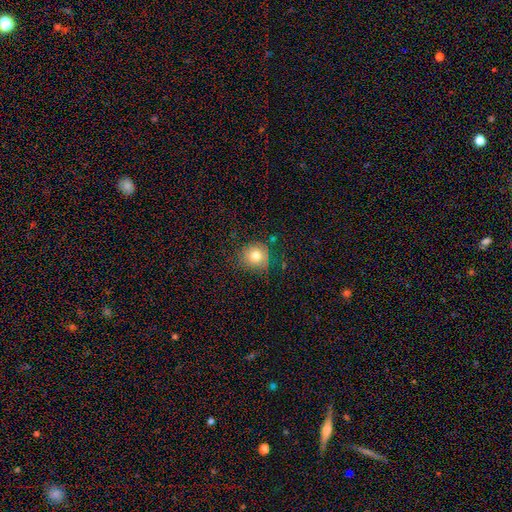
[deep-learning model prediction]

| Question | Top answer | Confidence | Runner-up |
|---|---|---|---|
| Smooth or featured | smooth | 79% | star or artifact (11%) |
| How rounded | round | 88% | in between (11%) |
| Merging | none | 75% | minor disturbance (17%) |